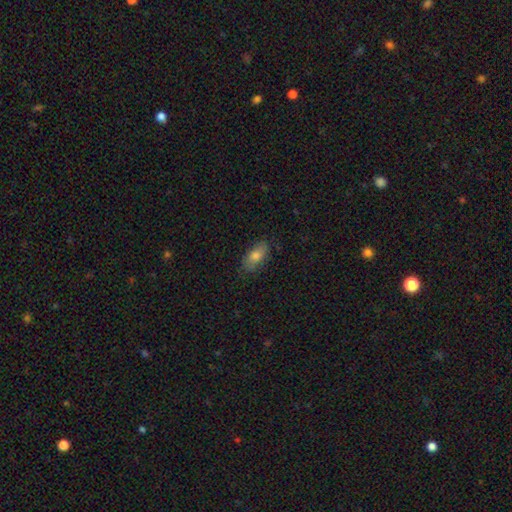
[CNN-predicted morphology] Smooth or featured? Predicted: smooth (p=0.74). How rounded? Predicted: in between (p=0.86). Merging? Predicted: none (p=0.82).